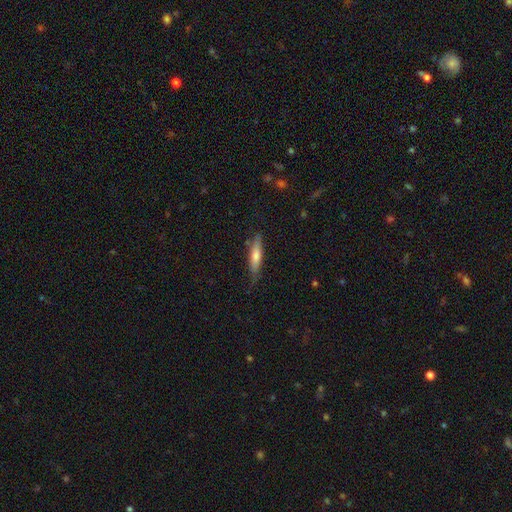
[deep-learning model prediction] A smooth galaxy with no disk features (52%) that is cigar-shaped (82%).

Vote fractions:
- Smooth or featured? smooth: 52% / featured or disk: 41% / star or artifact: 6%
- How rounded? cigar-shaped: 82% / in between: 16% / round: 2%
- Merging? none: 75% / minor disturbance: 19% / major disturbance: 4% / merger: 2%